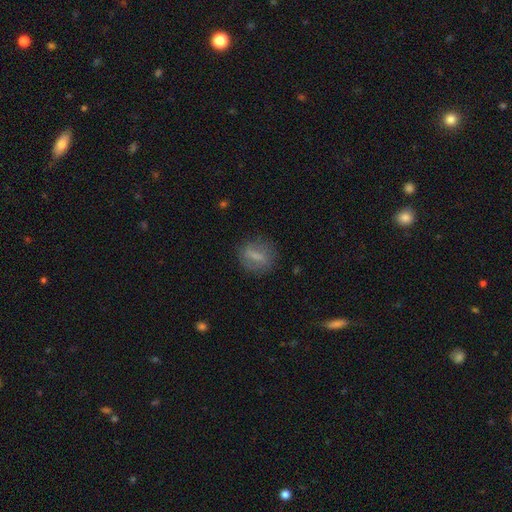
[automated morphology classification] Smooth or featured: smooth — 58% (featured or disk — 33%)
How rounded: in between — 46% (round — 44%)
Merging: none — 77% (minor disturbance — 15%)